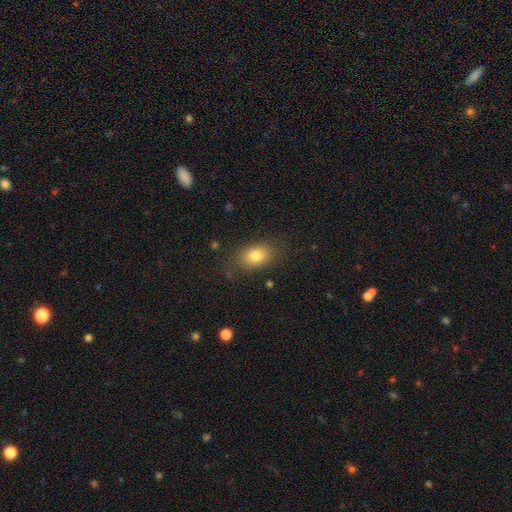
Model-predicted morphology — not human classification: Smooth or featured? Predicted: smooth (p=0.78). How rounded? Predicted: in between (p=0.77). Merging? Predicted: none (p=0.81).